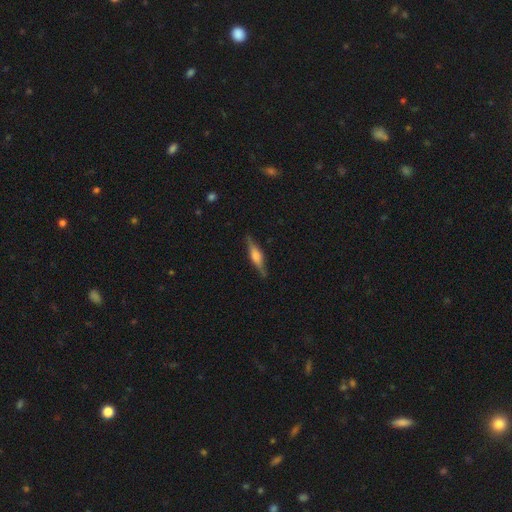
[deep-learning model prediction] A featured or disk galaxy (63%) viewed edge-on (96%) with a rounded central bulge (69%). Merging: none (86%).